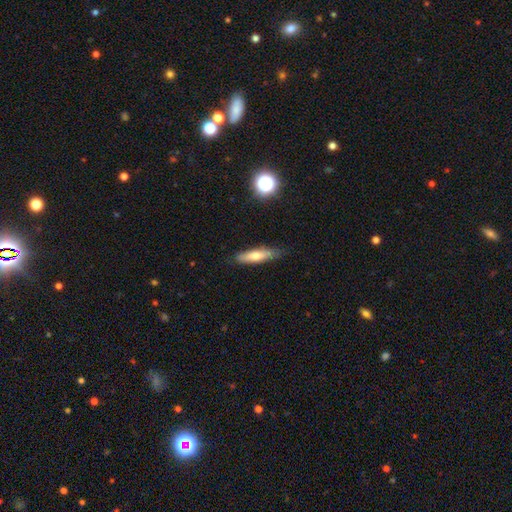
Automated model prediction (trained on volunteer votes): A smooth galaxy with no disk features (65%) that is cigar-shaped (75%). Merging: none (79%).